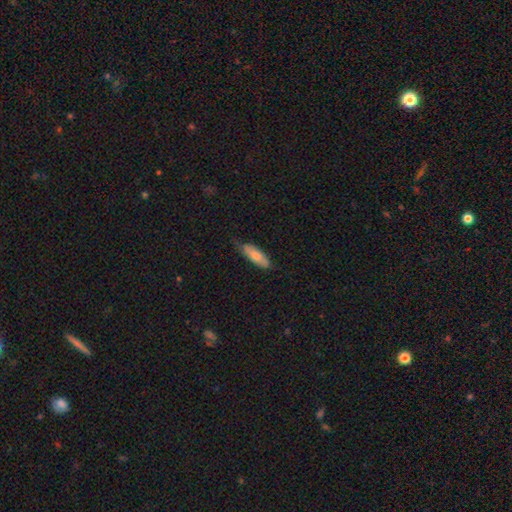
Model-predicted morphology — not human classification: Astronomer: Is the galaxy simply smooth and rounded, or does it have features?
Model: smooth — 75%.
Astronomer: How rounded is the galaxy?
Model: in between — 67%.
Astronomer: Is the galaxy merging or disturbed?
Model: none — 64%.